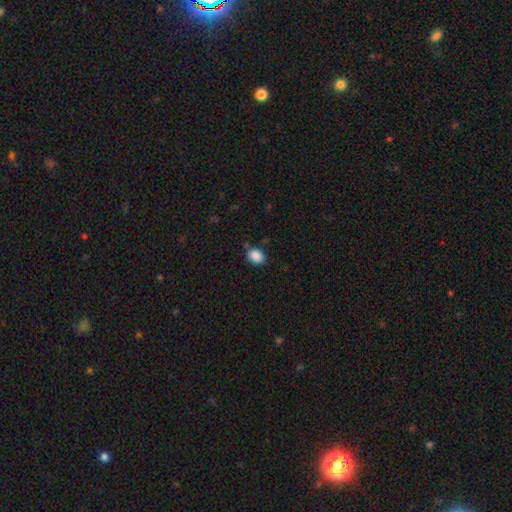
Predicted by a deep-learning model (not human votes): This appears to be a smooth galaxy with no disk features (88%) that is in between round and cigar-shaped (60%). Merging: none (79%).